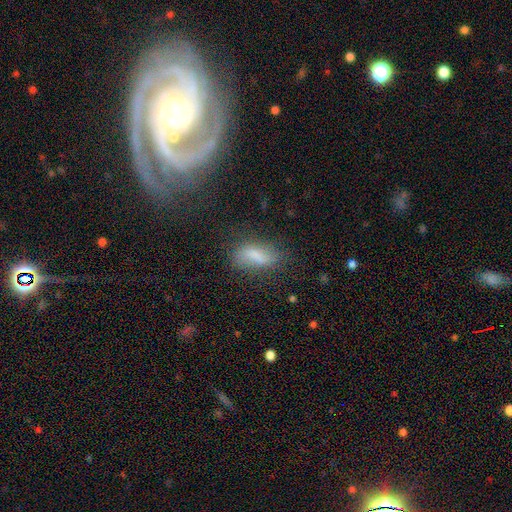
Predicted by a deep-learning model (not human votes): smooth_or_featured: smooth (p=0.72) [alt: featured or disk p=0.18]
how_rounded: in between (p=0.78) [alt: cigar-shaped p=0.18]
merging: none (p=0.59) [alt: minor disturbance p=0.25]